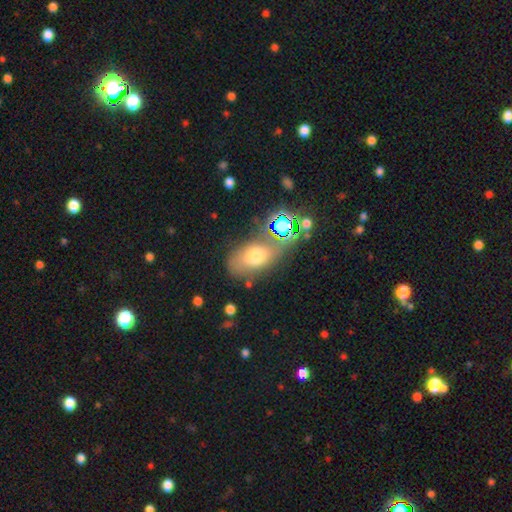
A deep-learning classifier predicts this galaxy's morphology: Overall: smooth (66%). How rounded: in between (83%). Merging: none (62%).